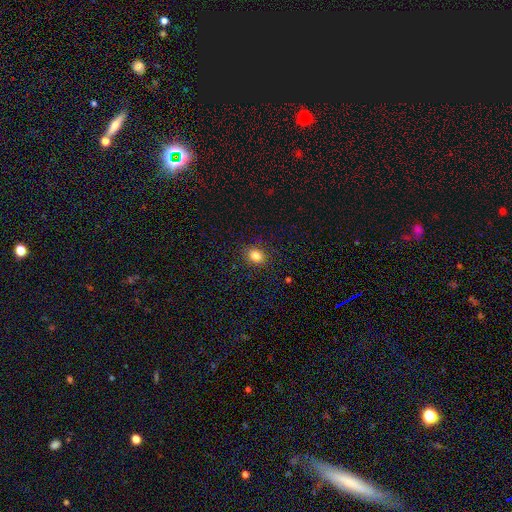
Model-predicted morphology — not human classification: smooth-or-featured: smooth: 83% | star or artifact: 12% | featured or disk: 5%
  how-rounded: round: 54% | in between: 45% | cigar-shaped: 1%
  merging: none: 87% | minor disturbance: 9% | major disturbance: 3% | merger: 1%